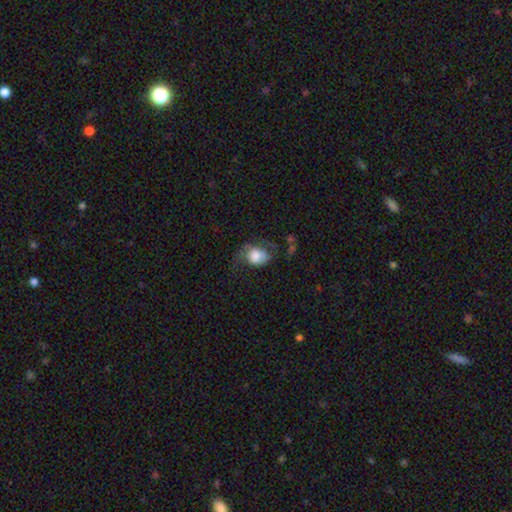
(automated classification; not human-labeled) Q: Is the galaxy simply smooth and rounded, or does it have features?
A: smooth — 57%.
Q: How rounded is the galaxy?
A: in between — 65%.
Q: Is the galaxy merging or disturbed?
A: none — 36%.